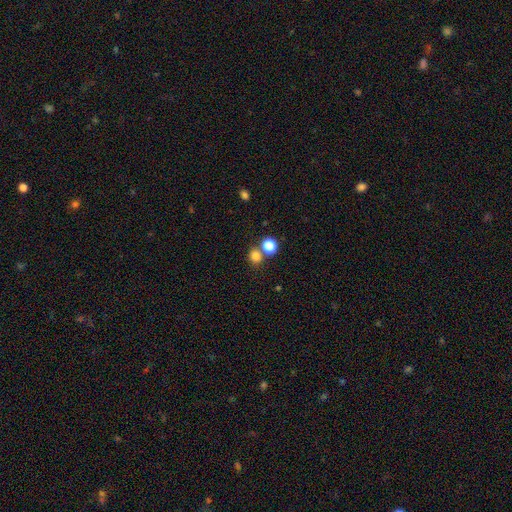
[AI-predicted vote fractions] smooth-or-featured: smooth: 80% | star or artifact: 15% | featured or disk: 6%
  how-rounded: round: 77% | in between: 22% | cigar-shaped: 1%
  merging: none: 62% | merger: 26% | minor disturbance: 8% | major disturbance: 4%